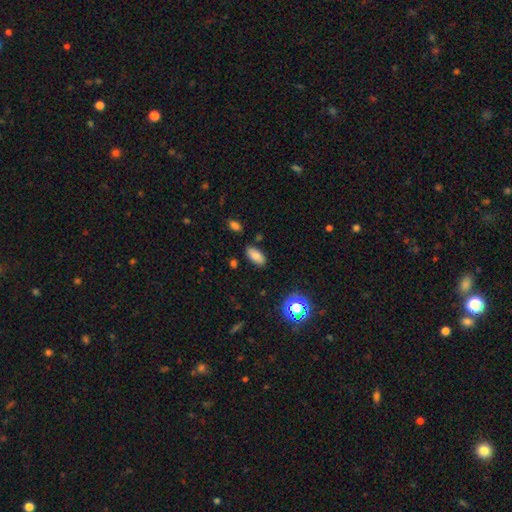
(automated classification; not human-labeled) Smooth or featured? smooth (80%)
How rounded? in between (91%)
Merging? none (84%)